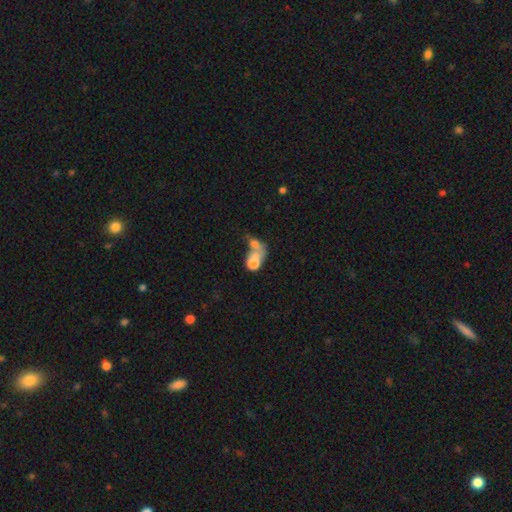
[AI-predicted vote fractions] Morphology: type=smooth (56%); roundness=in between (53%); merging=merger (59%).